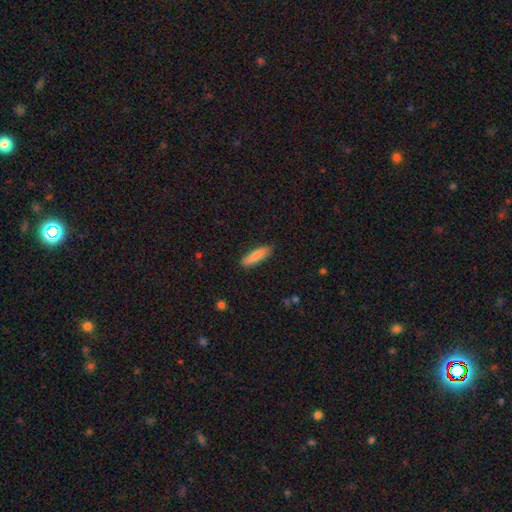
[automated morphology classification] Smooth or featured? Predicted: smooth (p=0.82). How rounded? Predicted: cigar-shaped (p=0.70). Merging? Predicted: none (p=0.84).